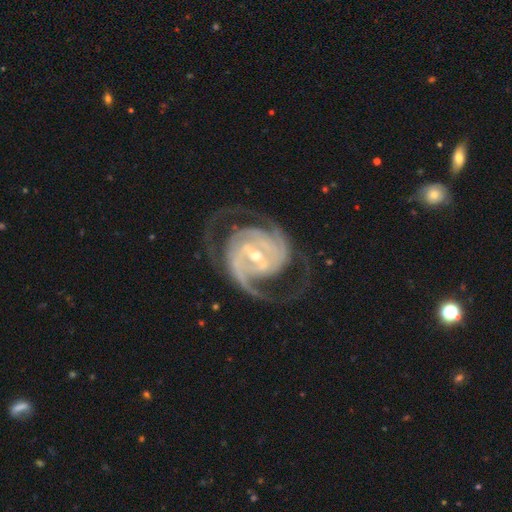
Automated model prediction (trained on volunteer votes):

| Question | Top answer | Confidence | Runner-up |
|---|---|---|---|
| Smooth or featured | featured or disk | 93% | star or artifact (4%) |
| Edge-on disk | no | 98% | yes (2%) |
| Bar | weak | 42% | strong (39%) |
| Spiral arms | yes | 98% | no (2%) |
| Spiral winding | medium | 48% | tight (41%) |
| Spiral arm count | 2 | 66% | 3 (16%) |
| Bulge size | small | 54% | moderate (42%) |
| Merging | none | 72% | minor disturbance (14%) |